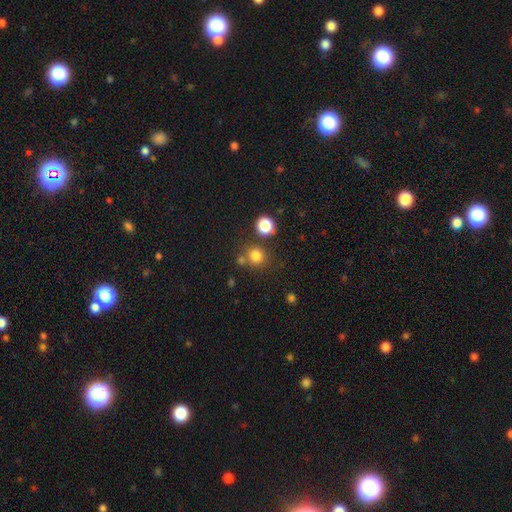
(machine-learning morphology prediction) This is clearly a smooth galaxy (80%). How rounded: clearly round (87%). Merging: likely none (72%).